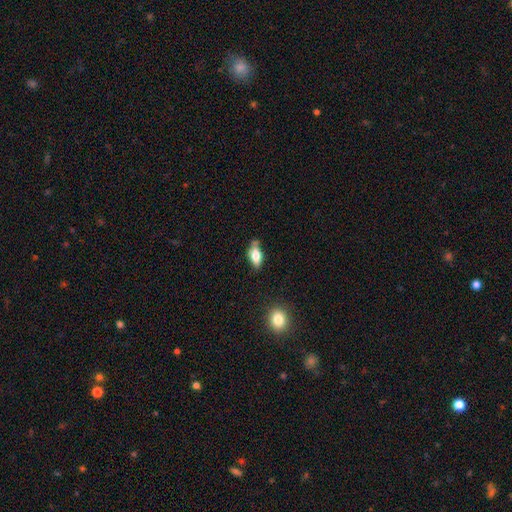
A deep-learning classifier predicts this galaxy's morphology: smooth 71%, featured or disk 21%, star or artifact 8%. Down the decision tree: how rounded — in between (84%); merging — none (58%).